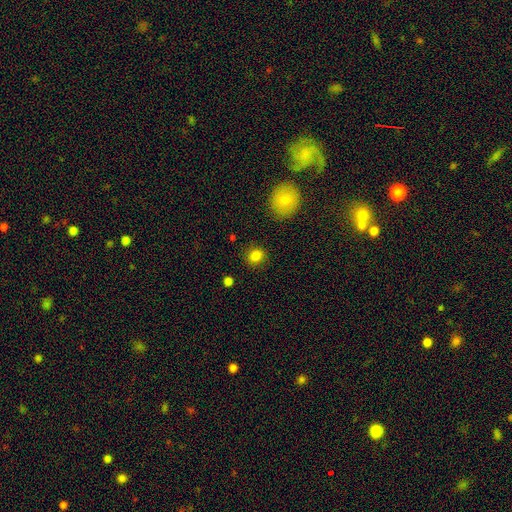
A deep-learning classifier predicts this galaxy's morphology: Smooth or featured: smooth — 83% (star or artifact — 11%)
How rounded: round — 80% (in between — 19%)
Merging: none — 88% (minor disturbance — 8%)